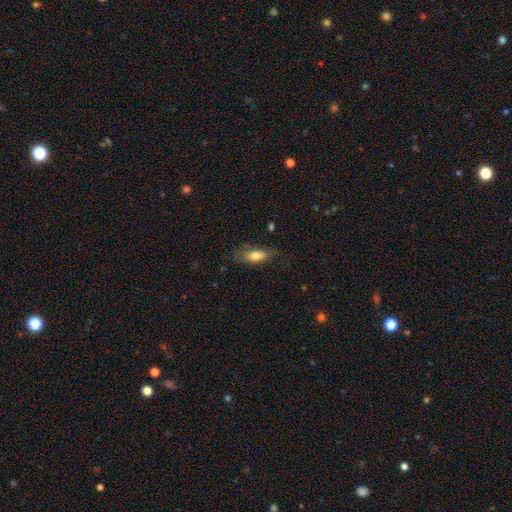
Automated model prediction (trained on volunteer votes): smooth_or_featured: smooth (p=0.76) [alt: featured or disk p=0.17]
how_rounded: in between (p=0.70) [alt: cigar-shaped p=0.27]
merging: none (p=0.69) [alt: minor disturbance p=0.22]